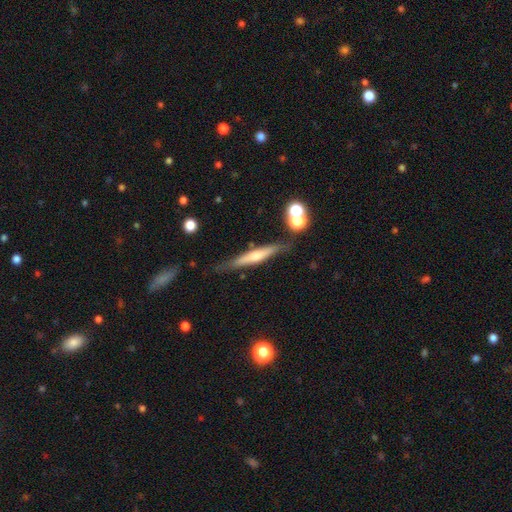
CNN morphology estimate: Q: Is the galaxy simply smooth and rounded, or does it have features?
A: featured or disk — 48%.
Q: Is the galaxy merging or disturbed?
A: none — 77%.